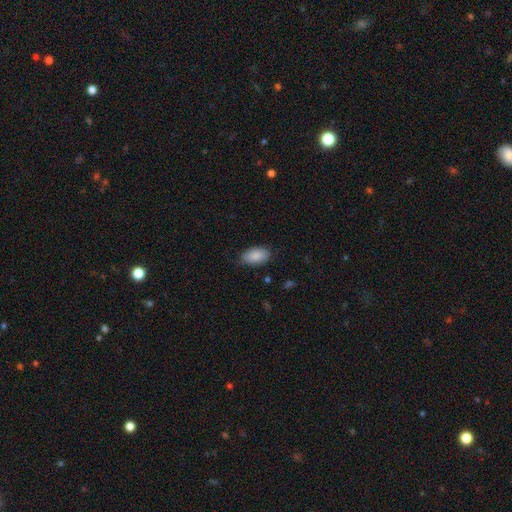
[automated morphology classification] The model was most divided on "merging": none: 77%, minor disturbance: 18%, major disturbance: 3%, merger: 1%. More confident: how rounded — in between (94%); smooth or featured — smooth (88%).